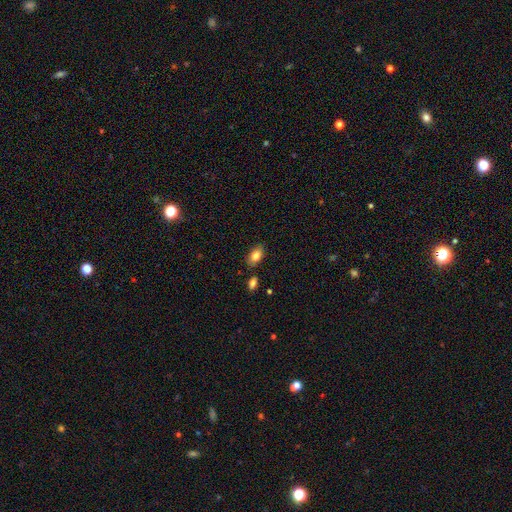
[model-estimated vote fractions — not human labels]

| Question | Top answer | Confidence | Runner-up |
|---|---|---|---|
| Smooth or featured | smooth | 82% | featured or disk (10%) |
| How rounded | in between | 90% | round (7%) |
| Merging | none | 81% | minor disturbance (12%) |